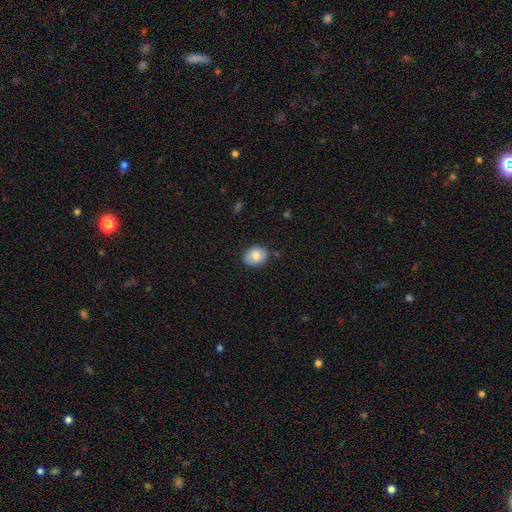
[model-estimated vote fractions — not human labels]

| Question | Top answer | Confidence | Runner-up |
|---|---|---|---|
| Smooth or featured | smooth | 77% | featured or disk (15%) |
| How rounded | in between | 58% | round (41%) |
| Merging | none | 85% | minor disturbance (11%) |